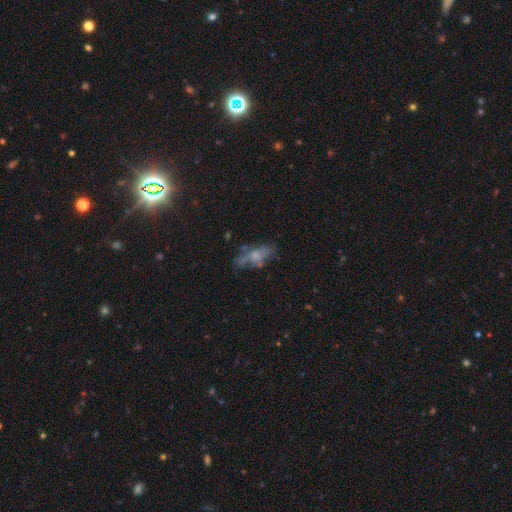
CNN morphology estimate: A featured or disk galaxy (46%).

Vote fractions:
- Smooth or featured? featured or disk: 46% / smooth: 42% / star or artifact: 12%
- Merging? none: 51% / minor disturbance: 23% / major disturbance: 19% / merger: 7%